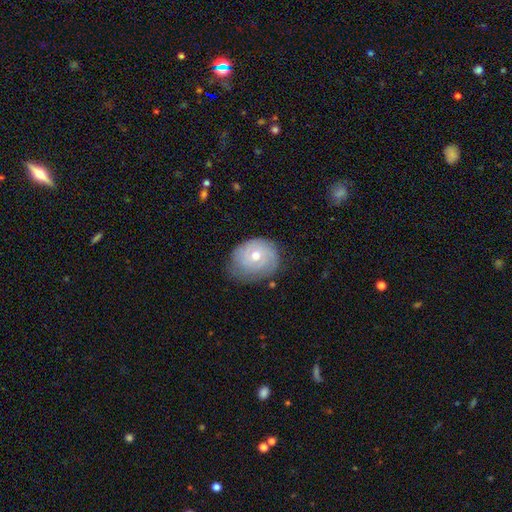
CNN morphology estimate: Smooth or featured? featured or disk (57%)
Edge-on disk? no (96%)
Bar? no (78%)
Spiral arms? yes (77%)
Bulge size? moderate (66%)
Merging? none (65%)